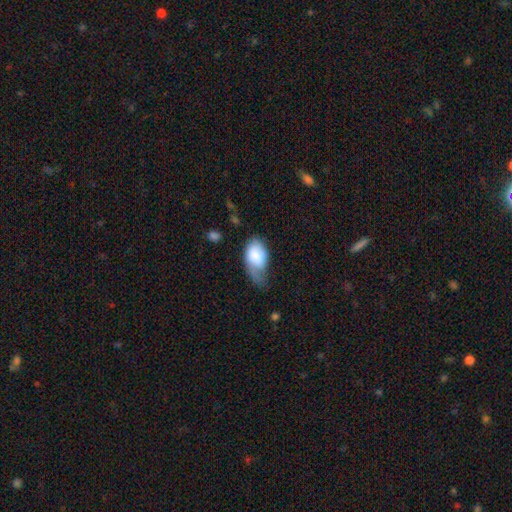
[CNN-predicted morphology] This is likely a smooth galaxy (78%). How rounded: clearly in between (91%). Merging: marginally minor disturbance (43%).